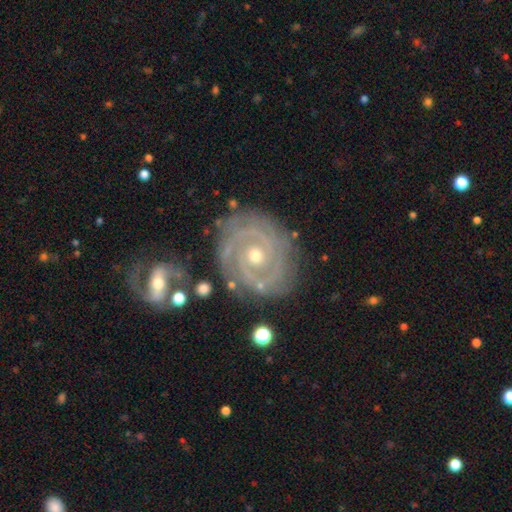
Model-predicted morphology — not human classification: This is clearly a featured or disk galaxy (91%). It is clearly not viewed edge-on (97%). Bar: likely no (72%). Spiral arm pattern: clearly yes (98%). Spiral arm count: possibly 2 (51%). Spiral winding: clearly tight (81%). Central bulge: possibly moderate (49%). Merging: likely none (78%).